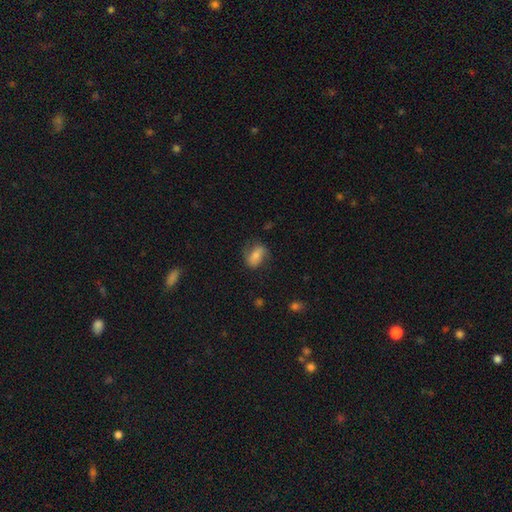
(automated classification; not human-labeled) Smooth or featured? smooth (61%)
How rounded? in between (81%)
Merging? none (66%)